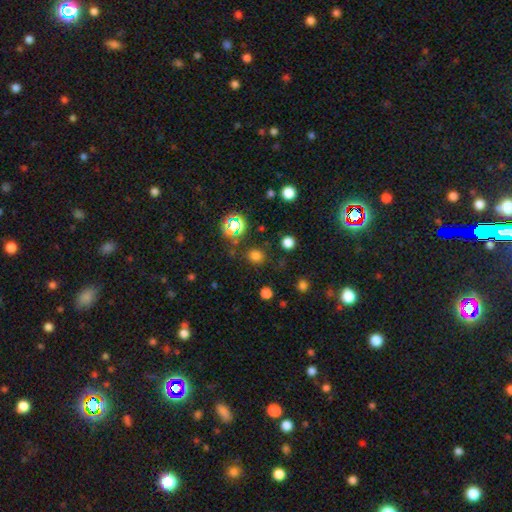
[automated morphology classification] Overall: smooth (71%). How rounded: round (85%). Merging: none (84%).